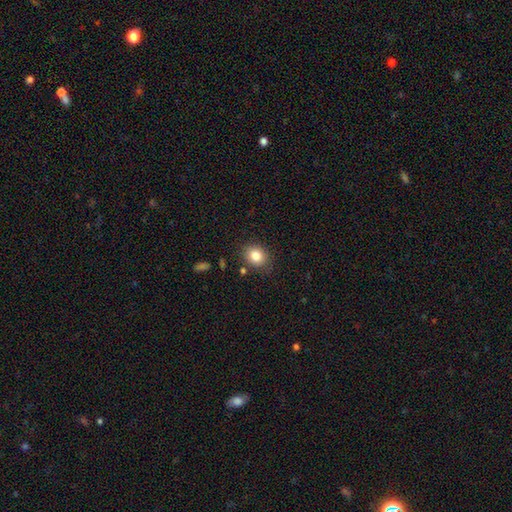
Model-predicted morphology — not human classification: A smooth galaxy with no disk features (83%) that is round (58%). Merging: none (84%).